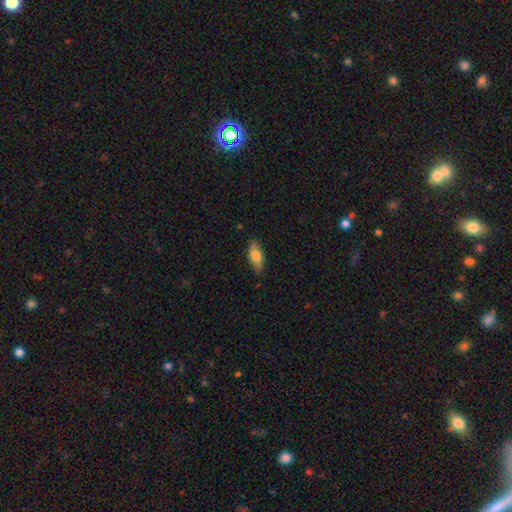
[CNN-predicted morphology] smooth-or-featured: smooth: 68% | featured or disk: 25% | star or artifact: 6%
  how-rounded: in between: 76% | cigar-shaped: 21% | round: 3%
  merging: none: 82% | minor disturbance: 15% | major disturbance: 2% | merger: 1%